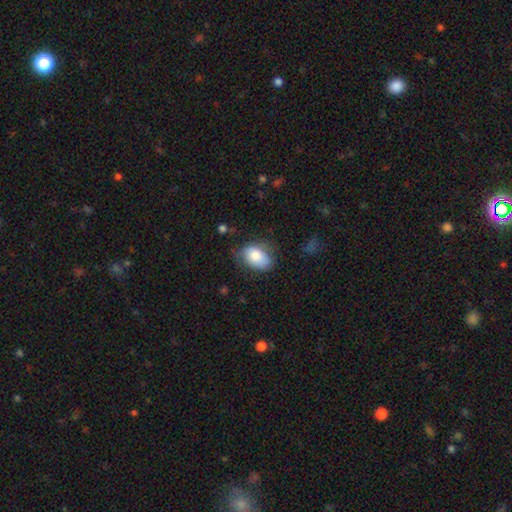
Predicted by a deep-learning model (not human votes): Smooth or featured? smooth (81%)
How rounded? in between (87%)
Merging? none (63%)